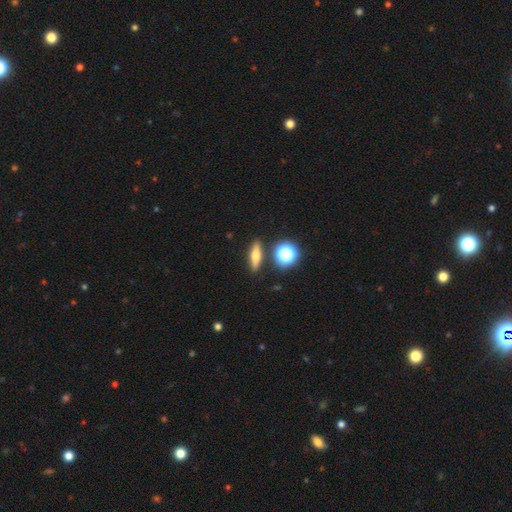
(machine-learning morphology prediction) A smooth galaxy with no disk features (53%) that is cigar-shaped (52%).

Vote fractions:
- Smooth or featured? smooth: 53% / featured or disk: 35% / star or artifact: 12%
- How rounded? cigar-shaped: 52% / in between: 31% / round: 17%
- Merging? none: 87% / minor disturbance: 7% / merger: 4% / major disturbance: 2%